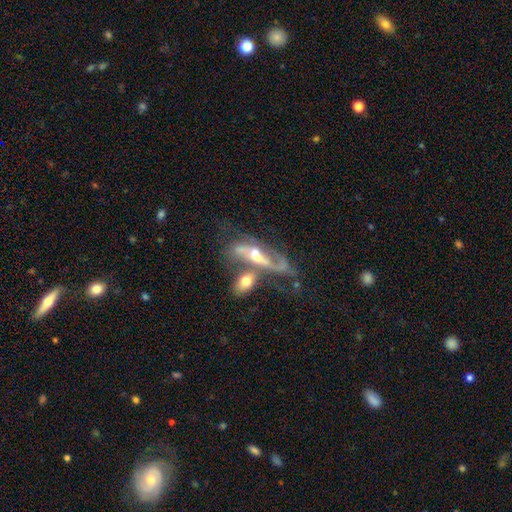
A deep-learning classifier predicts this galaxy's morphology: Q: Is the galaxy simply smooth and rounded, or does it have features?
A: featured or disk — 73%.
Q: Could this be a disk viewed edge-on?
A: no — 82%.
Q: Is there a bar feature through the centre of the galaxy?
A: no — 44%.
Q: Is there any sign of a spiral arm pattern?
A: yes — 74%.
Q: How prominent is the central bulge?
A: moderate — 55%.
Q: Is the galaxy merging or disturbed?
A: merger — 55%.